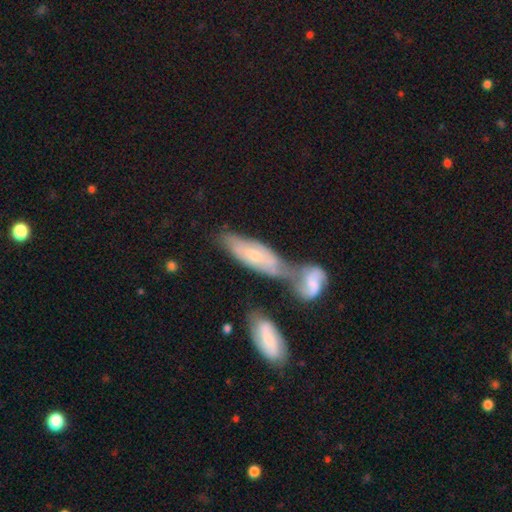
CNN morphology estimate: Overall: featured or disk (52%; smooth 41%). Edge-on disk: no (77%). Merging: merger (54%; none 26%).